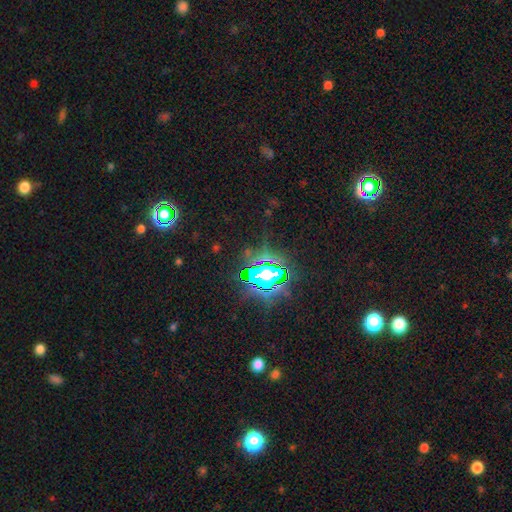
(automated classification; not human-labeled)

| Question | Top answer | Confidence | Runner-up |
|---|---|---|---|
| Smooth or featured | star or artifact | 79% | smooth (13%) |